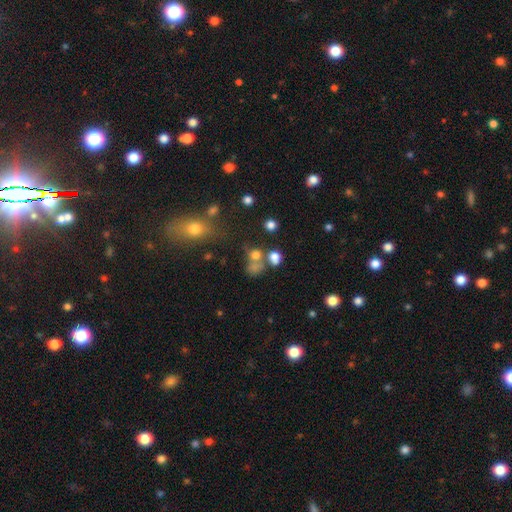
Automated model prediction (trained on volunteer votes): Smooth or featured? smooth (67%)
How rounded? round (75%)
Merging? none (45%)